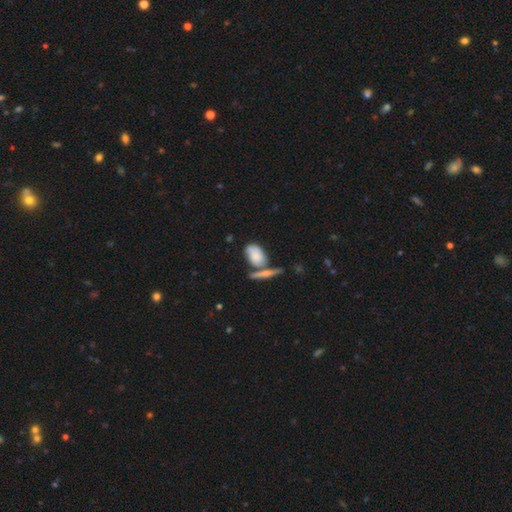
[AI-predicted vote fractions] smooth 69%, featured or disk 23%, star or artifact 8%. Down the decision tree: how rounded — in between (82%); merging — none (44%).